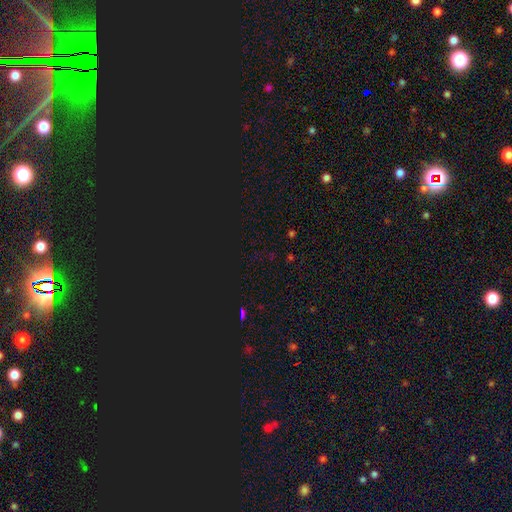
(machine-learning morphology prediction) Smooth or featured? Predicted: star or artifact (p=0.74).